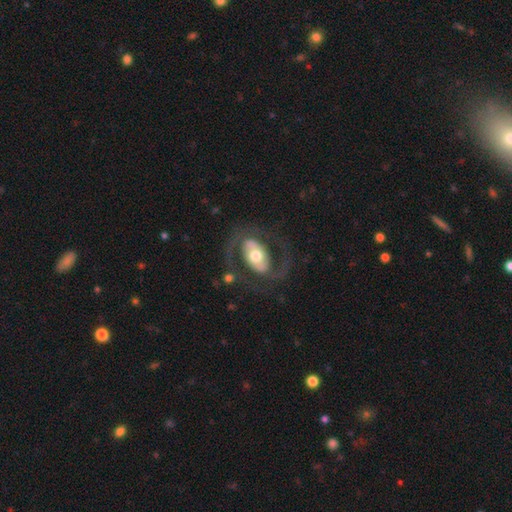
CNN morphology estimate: smooth-or-featured: featured or disk: 78% | smooth: 17% | star or artifact: 5%
  disk-edge-on: no: 95% | yes: 5%
    bar: no: 39% | strong: 32% | weak: 29%
    has-spiral-arms: yes: 79% | no: 21%
      spiral-winding: medium: 51% | loose: 29% | tight: 20%
      spiral-arm-count: 2: 88% | can't tell: 5% | 1: 4% | 3: 1% | 4: 1% | more than 4: 1%
    bulge-size: moderate: 67% | large: 18% | small: 12% | dominant: 2% | none: 1%
  merging: none: 69% | major disturbance: 16% | minor disturbance: 13% | merger: 2%